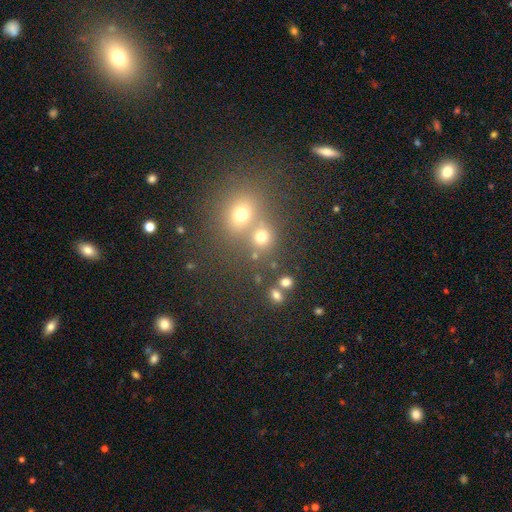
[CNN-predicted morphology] type=smooth (64%); roundness=round (76%); merging=none (50%).